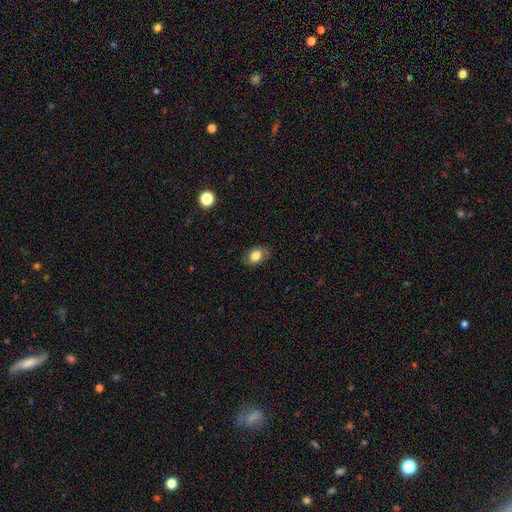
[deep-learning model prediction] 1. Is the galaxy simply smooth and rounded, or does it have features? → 80% smooth, 12% featured or disk, 8% star or artifact.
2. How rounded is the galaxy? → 81% in between, 18% round, 1% cigar-shaped.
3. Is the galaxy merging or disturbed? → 79% none, 16% minor disturbance, 4% major disturbance, 1% merger.